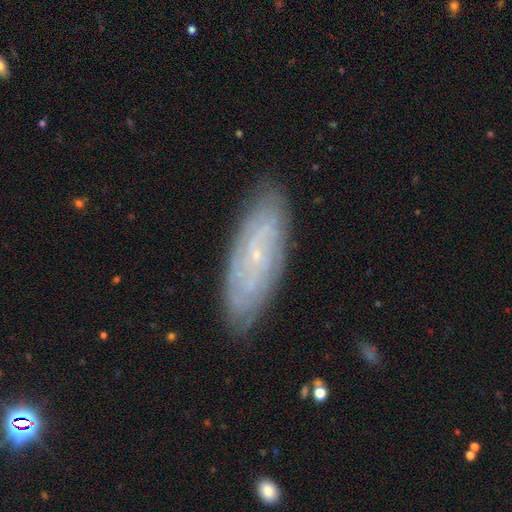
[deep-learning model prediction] Smooth or featured? Predicted: featured or disk (p=0.70). Edge-on disk? Predicted: no (p=0.85). Bar? Predicted: no (p=0.69). Spiral arms? Predicted: yes (p=0.86). Spiral winding? Predicted: tight (p=0.65). Spiral arm count? Predicted: can't tell (p=0.56). Bulge size? Predicted: small (p=0.86). Merging? Predicted: none (p=0.84).